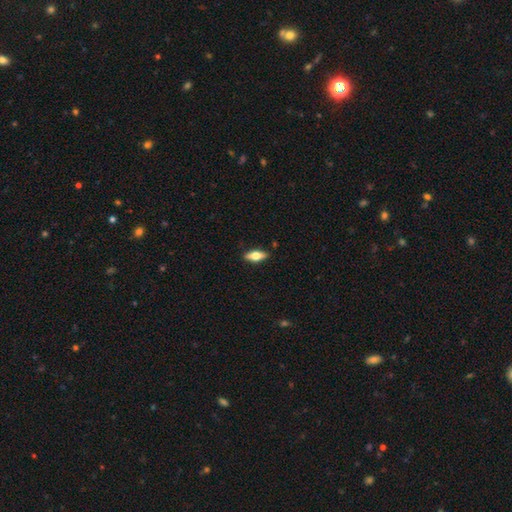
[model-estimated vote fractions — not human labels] A smooth galaxy with no disk features (54%) that is in between round and cigar-shaped (71%). Merging: none (88%).